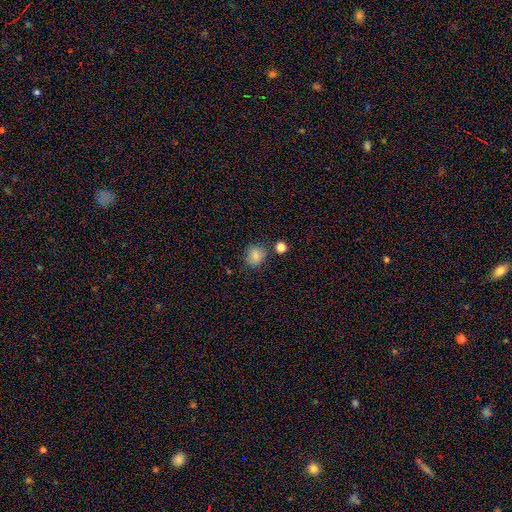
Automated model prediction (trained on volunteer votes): A smooth galaxy with no disk features (82%) that is round (70%).

Vote fractions:
- Smooth or featured? smooth: 82% / star or artifact: 12% / featured or disk: 7%
- How rounded? round: 70% / in between: 29% / cigar-shaped: 1%
- Merging? none: 72% / minor disturbance: 16% / merger: 7% / major disturbance: 5%